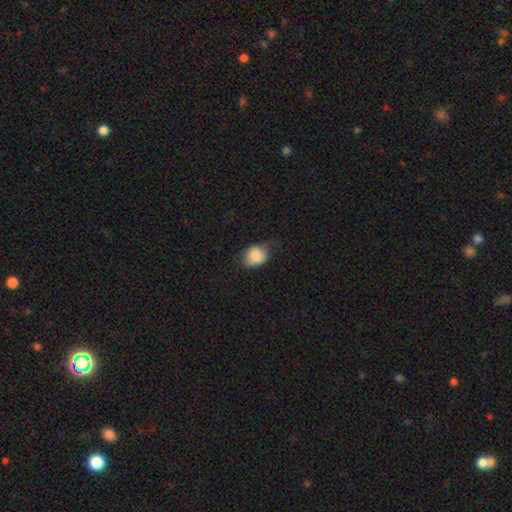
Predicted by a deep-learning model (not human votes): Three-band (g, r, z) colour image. It shows a smooth galaxy with no disk features (84%) that is in between round and cigar-shaped (54%). Merging: none (54%).